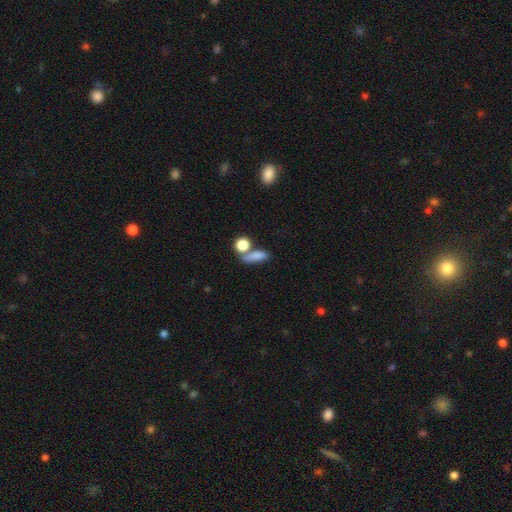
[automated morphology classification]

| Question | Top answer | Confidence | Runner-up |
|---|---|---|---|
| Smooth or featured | smooth | 80% | star or artifact (10%) |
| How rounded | in between | 55% | round (23%) |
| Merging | none | 49% | merger (30%) |